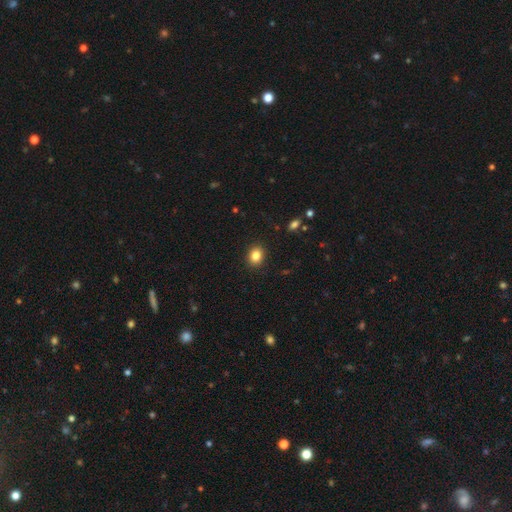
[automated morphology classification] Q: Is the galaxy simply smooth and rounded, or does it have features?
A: smooth — 84%.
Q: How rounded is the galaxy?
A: round — 58%.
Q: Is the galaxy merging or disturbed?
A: none — 91%.